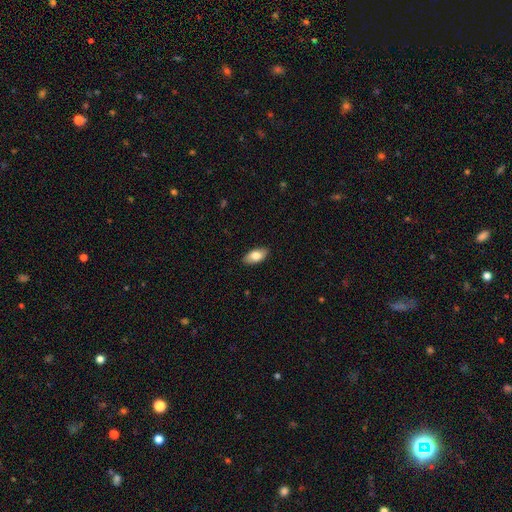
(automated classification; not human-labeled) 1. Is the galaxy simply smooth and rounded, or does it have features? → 80% smooth, 13% featured or disk, 6% star or artifact.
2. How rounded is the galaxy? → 92% in between, 5% cigar-shaped, 3% round.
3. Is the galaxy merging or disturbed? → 89% none, 9% minor disturbance, 2% major disturbance, 1% merger.